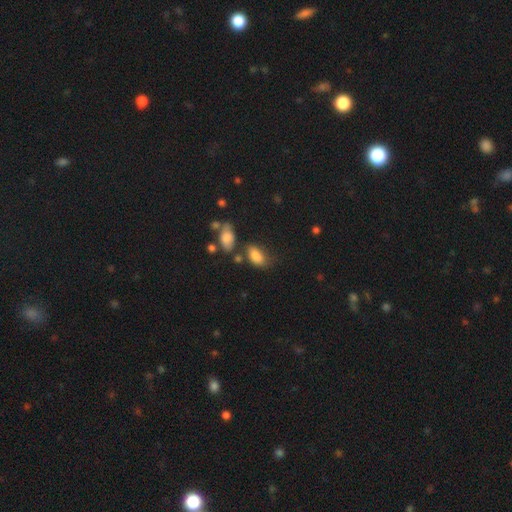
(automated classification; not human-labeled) smooth_or_featured: smooth (p=0.83) [alt: star or artifact p=0.09]
how_rounded: in between (p=0.89) [alt: round p=0.07]
merging: none (p=0.48) [alt: minor disturbance p=0.28]